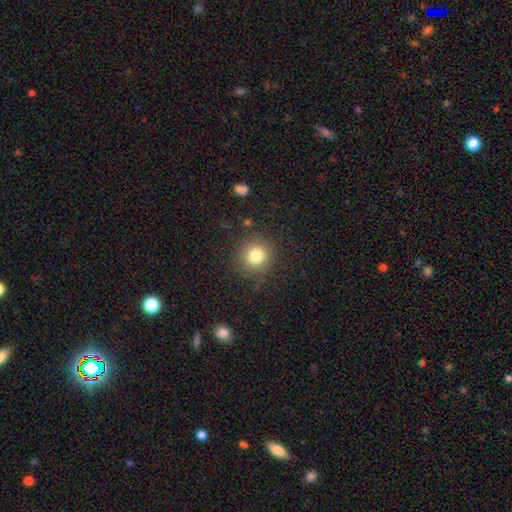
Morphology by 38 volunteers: A smooth galaxy with no disk features (87%) that is round (100%). Merging: none (86%).